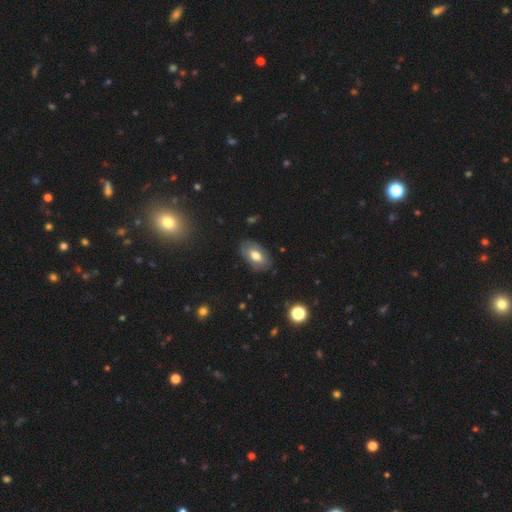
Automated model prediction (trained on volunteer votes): Smooth or featured? Predicted: smooth (p=0.62). How rounded? Predicted: in between (p=0.92). Merging? Predicted: none (p=0.80).